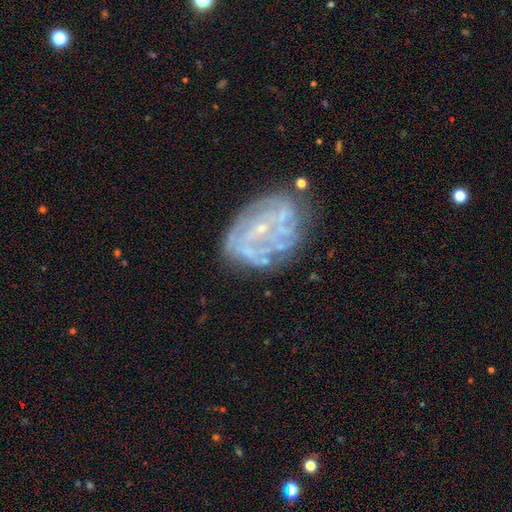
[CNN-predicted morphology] Q: Smooth or featured?
A: featured or disk (75%); runner-up: smooth (16%)
Q: Edge-on disk?
A: no (97%); runner-up: yes (3%)
Q: Bar?
A: no (71%); runner-up: weak (23%)
Q: Spiral arms?
A: yes (65%); runner-up: no (35%)
Q: Bulge size?
A: small (69%); runner-up: moderate (14%)
Q: Merging?
A: none (55%); runner-up: minor disturbance (22%)